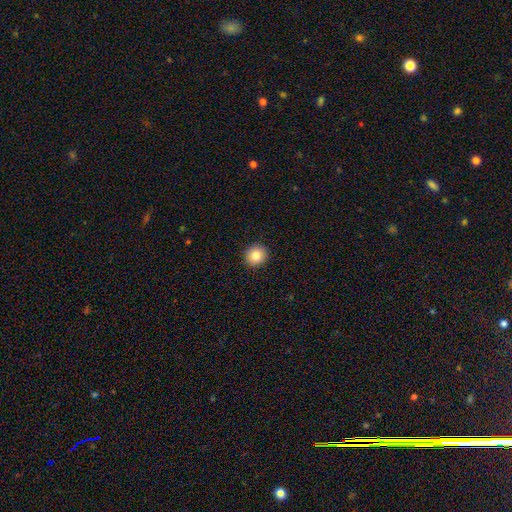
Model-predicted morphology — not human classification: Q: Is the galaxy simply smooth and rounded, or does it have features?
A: smooth — 83%.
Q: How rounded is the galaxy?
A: round — 90%.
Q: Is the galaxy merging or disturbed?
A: none — 93%.